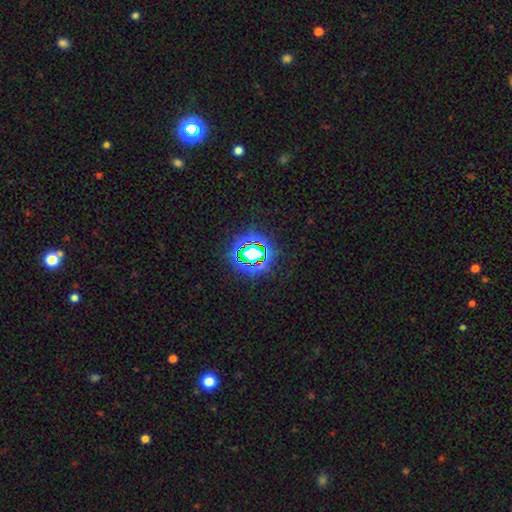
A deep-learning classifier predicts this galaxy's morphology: smooth_or_featured: star or artifact (p=0.73) [alt: smooth p=0.17]